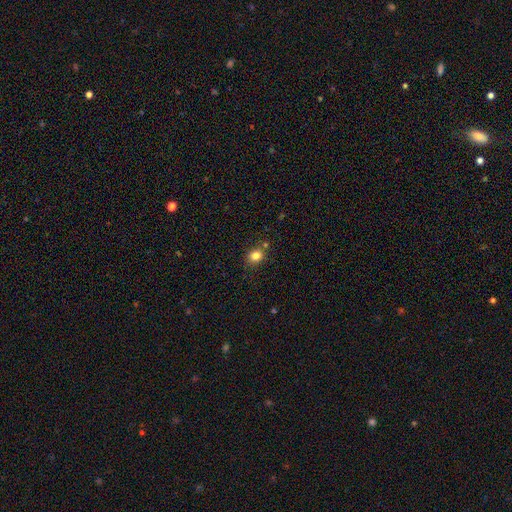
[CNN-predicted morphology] Overall: smooth (82%). How rounded: round (63%; in between 36%). Merging: none (75%).